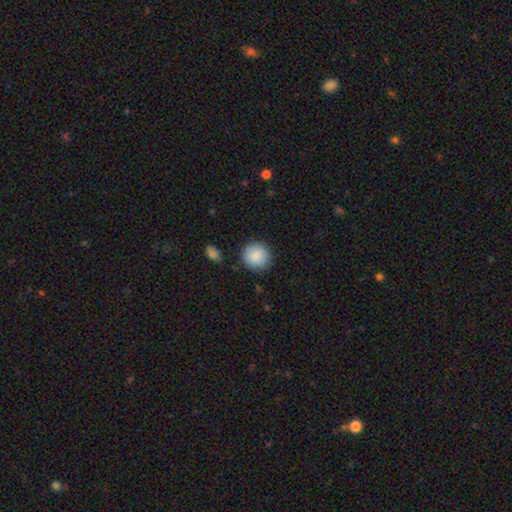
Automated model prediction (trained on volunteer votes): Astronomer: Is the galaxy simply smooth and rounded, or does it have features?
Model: smooth — 89%.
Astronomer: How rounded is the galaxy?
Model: round — 92%.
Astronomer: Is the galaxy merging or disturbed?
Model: none — 87%.